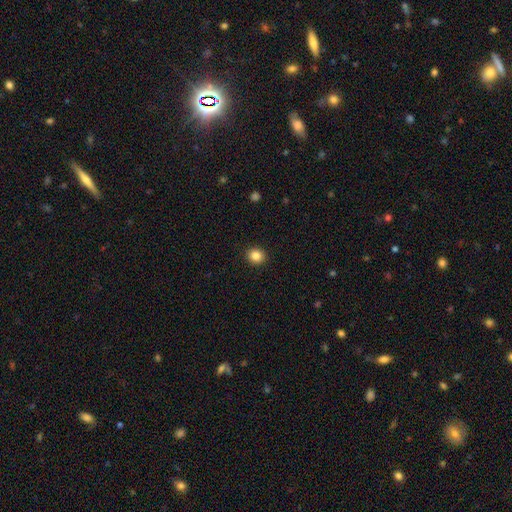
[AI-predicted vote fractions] Morphology: type=smooth (84%); roundness=round (86%); merging=none (92%).